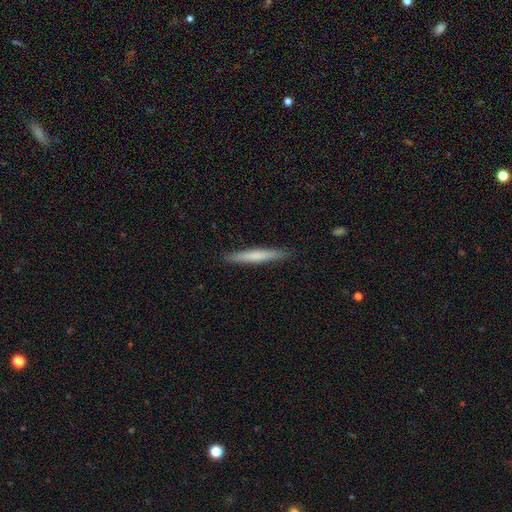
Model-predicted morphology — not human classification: Smooth or featured?
  - smooth: 64% *
  - featured or disk: 31%
  - star or artifact: 5%
How rounded?
  - cigar-shaped: 96% *
  - in between: 3%
  - round: 1%
Merging?
  - none: 90% *
  - minor disturbance: 7%
  - major disturbance: 1%
  - merger: 1%